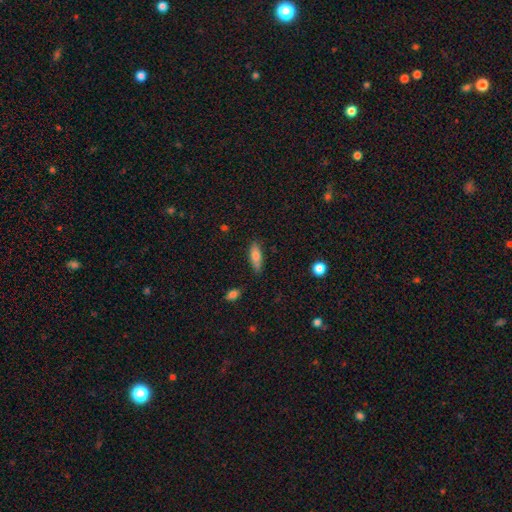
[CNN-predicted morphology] A smooth galaxy with no disk features (77%) that is in between round and cigar-shaped (58%).

Vote fractions:
- Smooth or featured? smooth: 77% / featured or disk: 16% / star or artifact: 7%
- How rounded? in between: 58% / cigar-shaped: 40% / round: 2%
- Merging? none: 81% / minor disturbance: 15% / major disturbance: 3% / merger: 2%